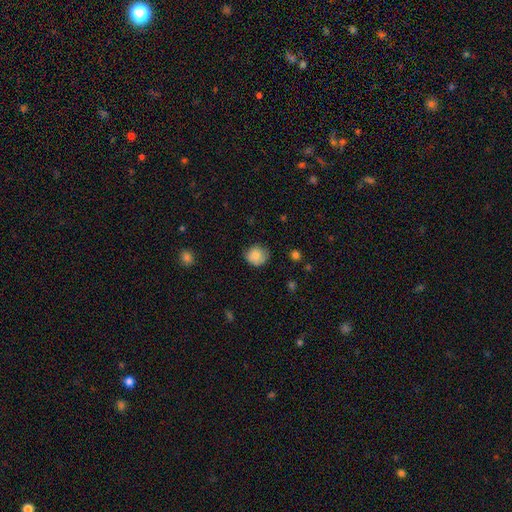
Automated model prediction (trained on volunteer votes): Overall: smooth (82%). How rounded: round (83%). Merging: none (71%).